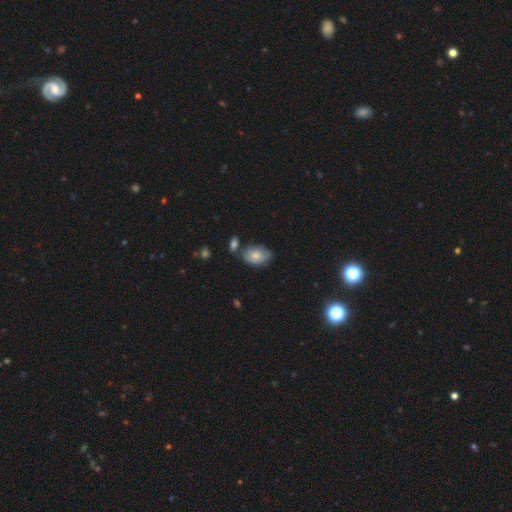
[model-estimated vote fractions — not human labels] Morphology: type=smooth (75%); roundness=in between (86%); merging=none (60%).